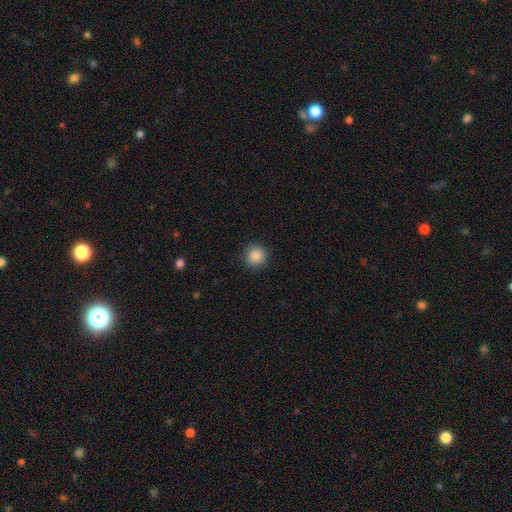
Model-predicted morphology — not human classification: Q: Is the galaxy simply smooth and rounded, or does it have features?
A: smooth — 87%.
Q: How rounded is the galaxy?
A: round — 94%.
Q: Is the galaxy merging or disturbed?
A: none — 90%.